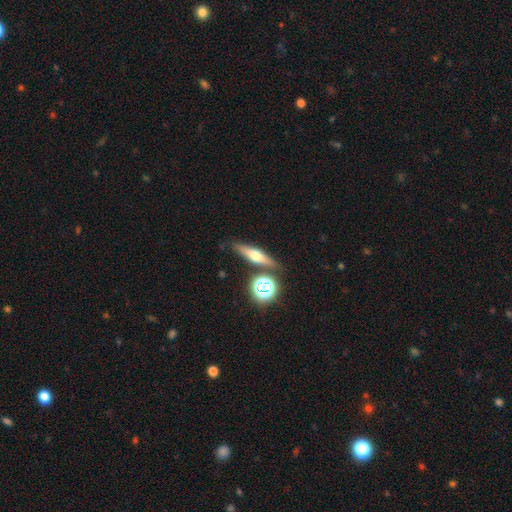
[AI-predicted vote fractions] Smooth or featured? featured or disk (49%)
Merging? none (80%)